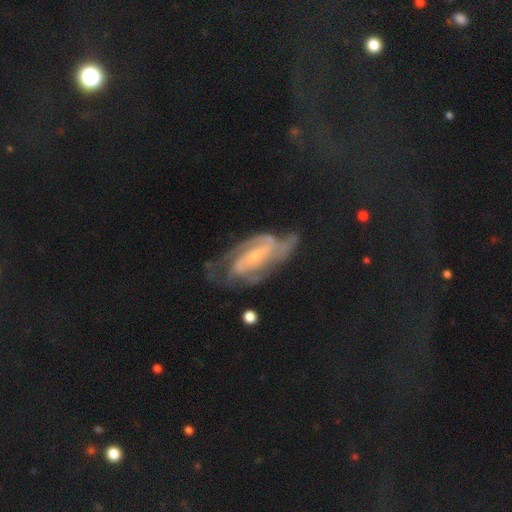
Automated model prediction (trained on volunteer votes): Morphology: type=featured or disk (85%); edge-on=no (94%); bar=no (45%); spiral arms=yes (94%); winding=tight (50%); arm count=2 (40%); bulge=small (73%); merging=none (56%).